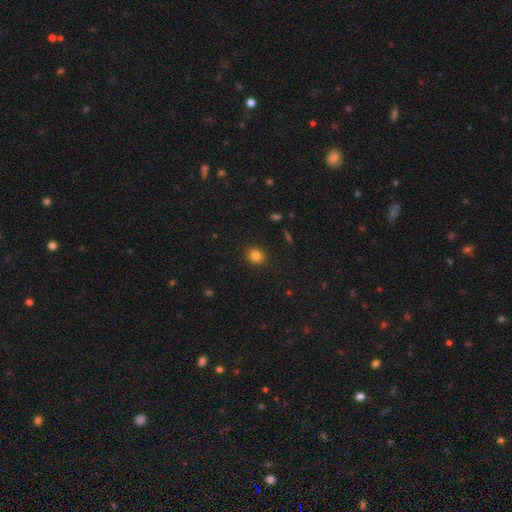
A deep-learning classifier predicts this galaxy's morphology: Q: Smooth or featured?
A: smooth (82%); runner-up: star or artifact (12%)
Q: How rounded?
A: round (72%); runner-up: in between (27%)
Q: Merging?
A: none (91%); runner-up: minor disturbance (6%)